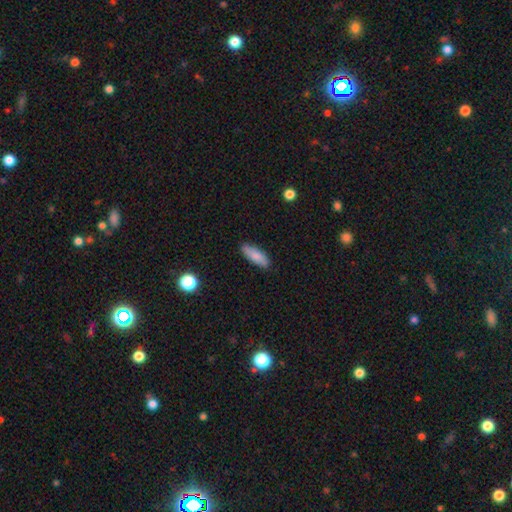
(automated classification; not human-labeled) Smooth or featured: smooth — 82% (featured or disk — 12%)
How rounded: in between — 61% (cigar-shaped — 37%)
Merging: none — 85% (minor disturbance — 12%)